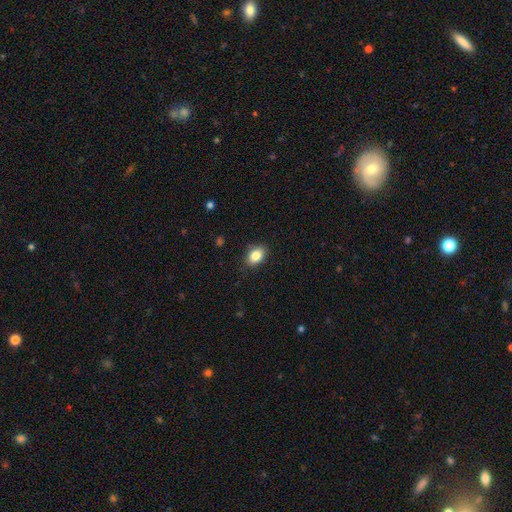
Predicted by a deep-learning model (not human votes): Overall: smooth (85%). How rounded: in between (82%). Merging: none (86%).